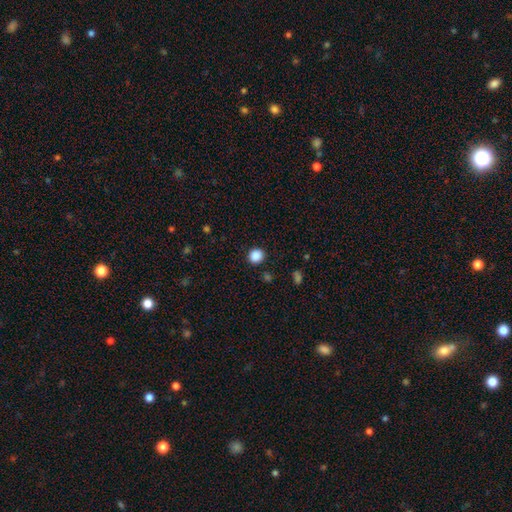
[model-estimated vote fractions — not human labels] A smooth galaxy with no disk features (87%) that is round (88%). Merging: none (91%).